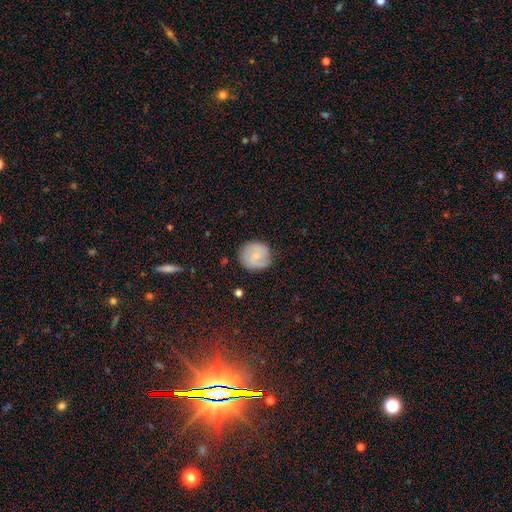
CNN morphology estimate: smooth_or_featured: featured or disk (p=0.54) [alt: smooth p=0.39]
disk_edge_on: no (p=0.98) [alt: yes p=0.02]
bar: no (p=0.52) [alt: weak p=0.41]
has_spiral_arms: yes (p=0.87) [alt: no p=0.13]
bulge_size: small (p=0.63) [alt: moderate p=0.28]
merging: none (p=0.78) [alt: minor disturbance p=0.16]